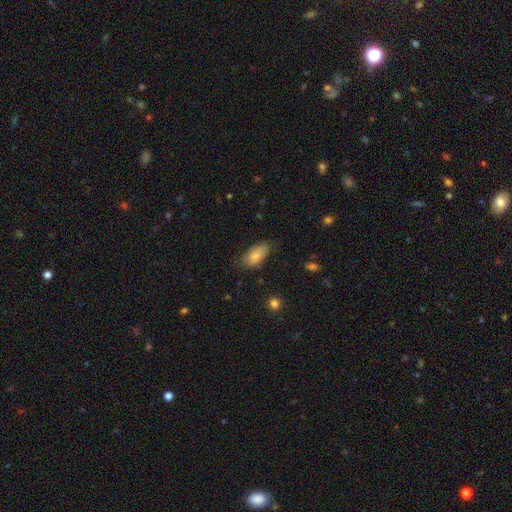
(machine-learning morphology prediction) Smooth or featured? smooth (80%)
How rounded? in between (90%)
Merging? none (66%)